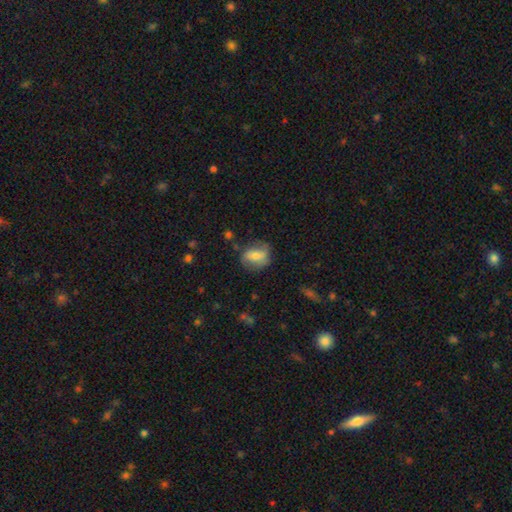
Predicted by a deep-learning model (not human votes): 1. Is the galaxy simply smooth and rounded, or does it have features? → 60% smooth, 32% featured or disk, 8% star or artifact.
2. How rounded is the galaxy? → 69% in between, 27% round, 4% cigar-shaped.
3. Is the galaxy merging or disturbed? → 65% none, 24% minor disturbance, 9% major disturbance, 2% merger.